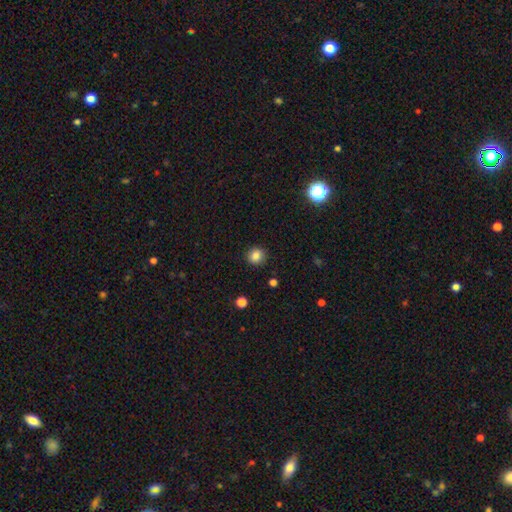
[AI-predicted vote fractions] A smooth galaxy with no disk features (84%) that is round (91%). Merging: none (91%).